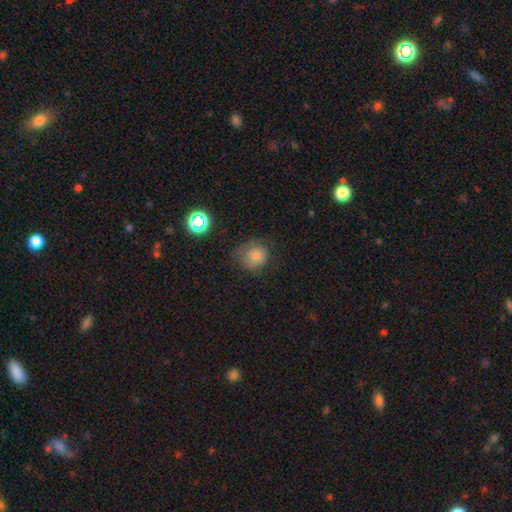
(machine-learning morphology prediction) The model was most divided on "merging": none: 62%, minor disturbance: 26%, major disturbance: 11%, merger: 2%. More confident: how rounded — round (82%); smooth or featured — smooth (73%).